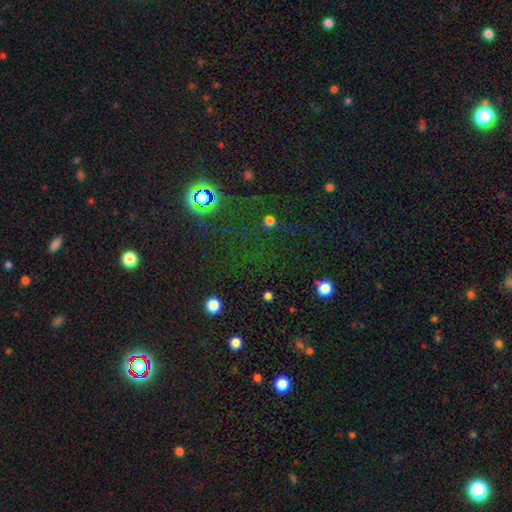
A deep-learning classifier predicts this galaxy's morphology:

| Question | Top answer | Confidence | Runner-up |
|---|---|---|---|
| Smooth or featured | star or artifact | 69% | smooth (23%) |